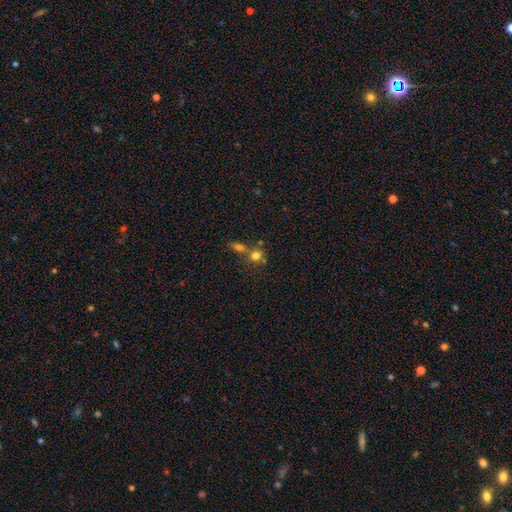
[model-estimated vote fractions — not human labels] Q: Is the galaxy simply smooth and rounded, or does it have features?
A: smooth — 74%.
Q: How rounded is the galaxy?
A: round — 78%.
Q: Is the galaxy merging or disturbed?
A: none — 44%.